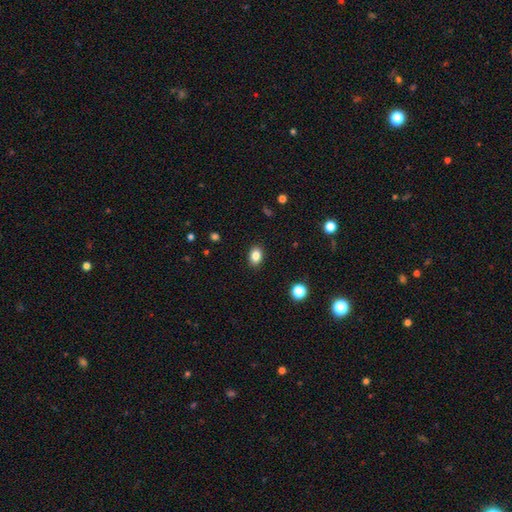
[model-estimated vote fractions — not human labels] Overall: smooth (84%). How rounded: in between (73%). Merging: none (89%).